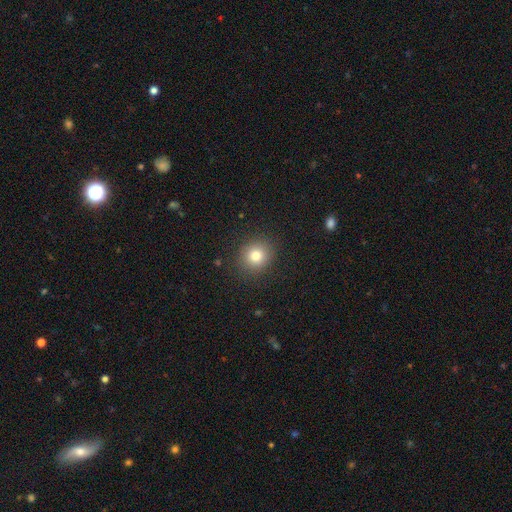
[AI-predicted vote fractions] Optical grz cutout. It shows a smooth galaxy with no disk features (79%) that is round (82%). Merging: none (88%).